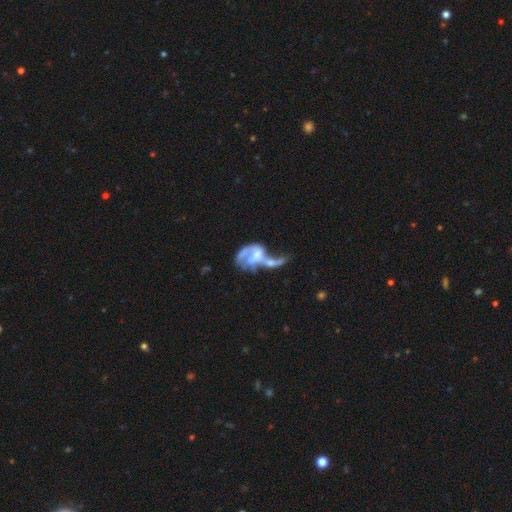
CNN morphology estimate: The model was most divided on "bulge size": moderate: 32%, none: 30%, small: 27%, large: 9%, dominant: 2%. More confident: edge-on disk — no (97%); smooth or featured — featured or disk (70%); spiral arms — yes (63%); bar — no (53%); merging — merger (51%).